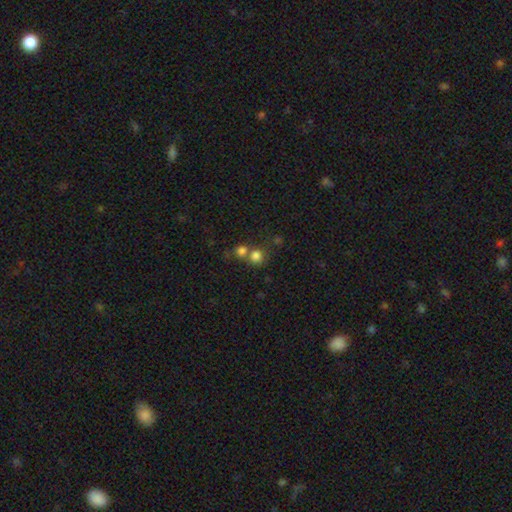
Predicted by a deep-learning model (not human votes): This is likely a smooth galaxy (78%). How rounded: clearly round (86%). Merging: possibly none (48%).